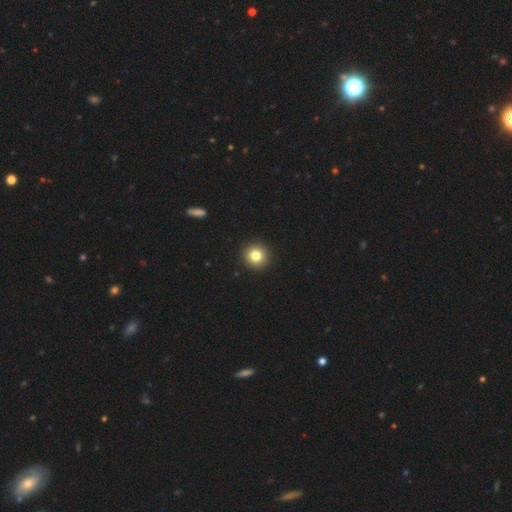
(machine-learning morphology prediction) A smooth galaxy with no disk features (81%) that is round (94%).

Vote fractions:
- Smooth or featured? smooth: 81% / star or artifact: 11% / featured or disk: 7%
- How rounded? round: 94% / in between: 5% / cigar-shaped: 1%
- Merging? none: 93% / minor disturbance: 4% / major disturbance: 1% / merger: 1%